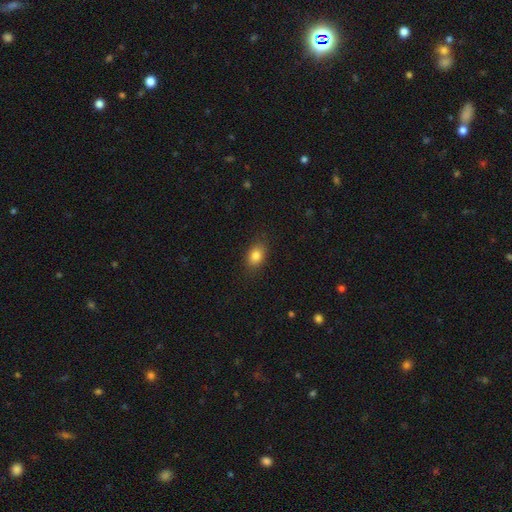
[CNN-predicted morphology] Smooth or featured?
  - smooth: 84% *
  - star or artifact: 9%
  - featured or disk: 7%
How rounded?
  - in between: 81% *
  - round: 17%
  - cigar-shaped: 2%
Merging?
  - none: 85% *
  - minor disturbance: 11%
  - major disturbance: 3%
  - merger: 1%